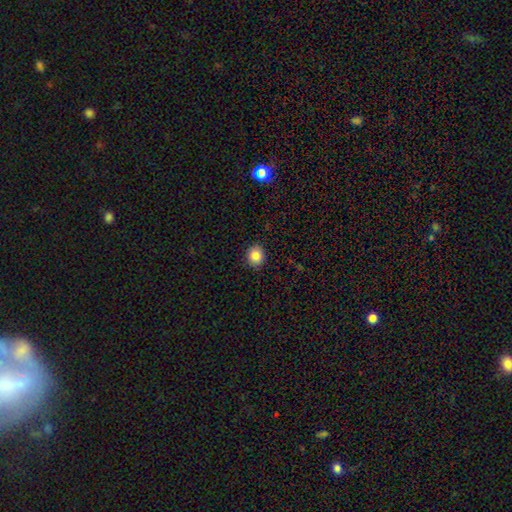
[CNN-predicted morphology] A smooth galaxy with no disk features (84%) that is round (75%). Merging: none (90%).